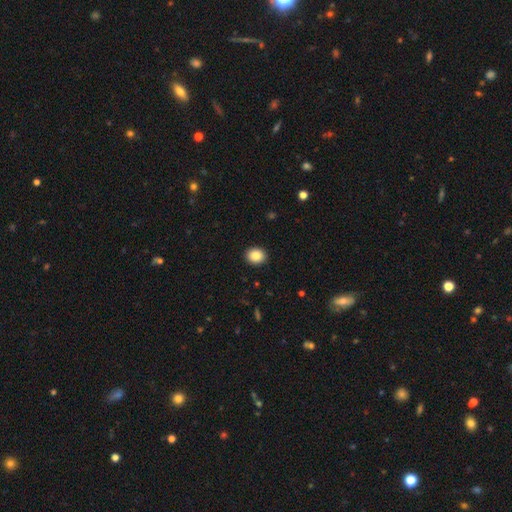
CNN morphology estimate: smooth_or_featured: smooth (p=0.86) [alt: star or artifact p=0.09]
how_rounded: round (p=0.63) [alt: in between p=0.36]
merging: none (p=0.92) [alt: minor disturbance p=0.06]